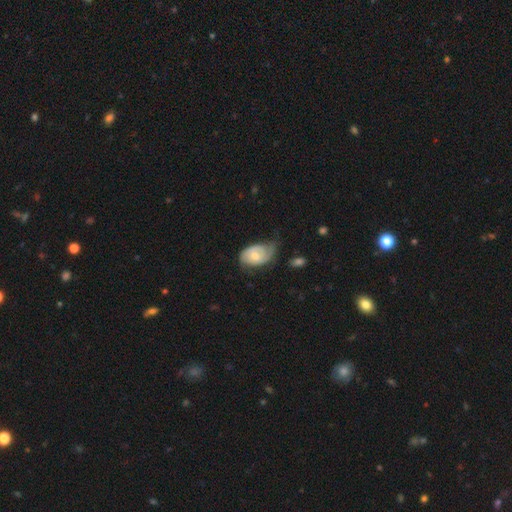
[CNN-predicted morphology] type=featured or disk (58%); edge-on=no (96%); bar=no (69%); spiral arms=yes (84%); bulge=moderate (57%); merging=none (40%).